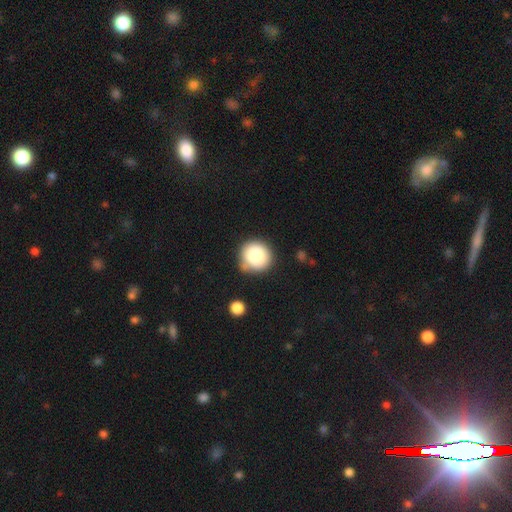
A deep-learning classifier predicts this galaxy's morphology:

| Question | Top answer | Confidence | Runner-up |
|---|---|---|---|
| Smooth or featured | smooth | 81% | featured or disk (10%) |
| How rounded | round | 92% | in between (7%) |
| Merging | none | 75% | minor disturbance (15%) |